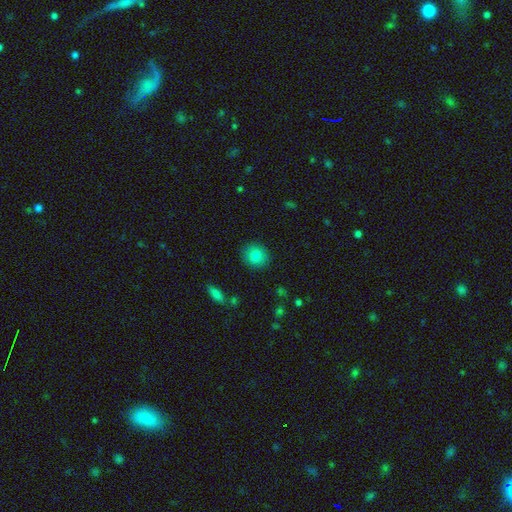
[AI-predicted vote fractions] Q: Smooth or featured?
A: smooth (83%); runner-up: star or artifact (9%)
Q: How rounded?
A: round (84%); runner-up: in between (15%)
Q: Merging?
A: none (90%); runner-up: minor disturbance (7%)